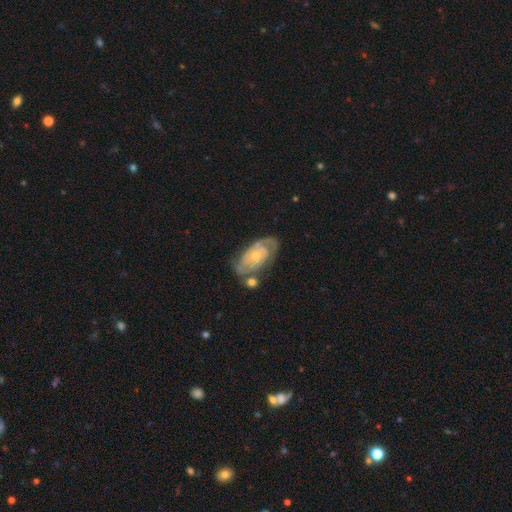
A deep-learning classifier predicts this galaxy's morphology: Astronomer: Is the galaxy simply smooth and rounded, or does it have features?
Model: featured or disk — 84%.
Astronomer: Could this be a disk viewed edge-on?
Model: no — 96%.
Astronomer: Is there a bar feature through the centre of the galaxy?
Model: no — 73%.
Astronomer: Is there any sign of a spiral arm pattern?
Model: yes — 94%.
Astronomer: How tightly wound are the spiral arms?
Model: tight — 60%.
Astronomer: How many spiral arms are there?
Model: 2 — 75%.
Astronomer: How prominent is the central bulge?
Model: small — 61%.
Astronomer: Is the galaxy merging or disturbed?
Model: none — 66%.